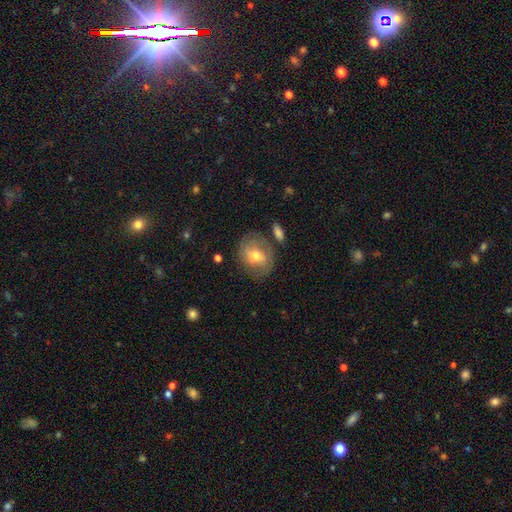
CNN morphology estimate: type=smooth (48%); merging=none (68%).